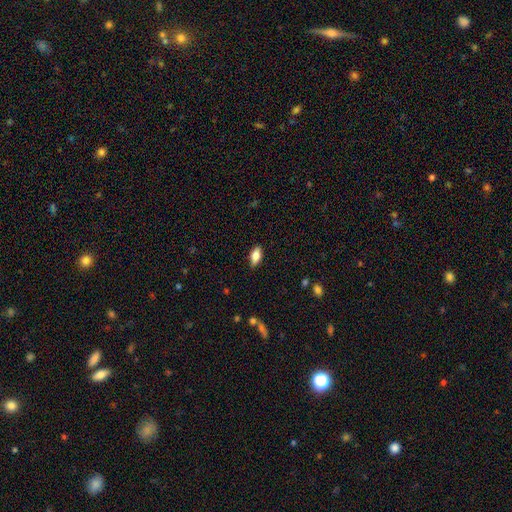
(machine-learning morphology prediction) A smooth galaxy with no disk features (78%) that is in between round and cigar-shaped (87%).

Vote fractions:
- Smooth or featured? smooth: 78% / featured or disk: 14% / star or artifact: 7%
- How rounded? in between: 87% / cigar-shaped: 9% / round: 3%
- Merging? none: 86% / minor disturbance: 11% / major disturbance: 2% / merger: 1%